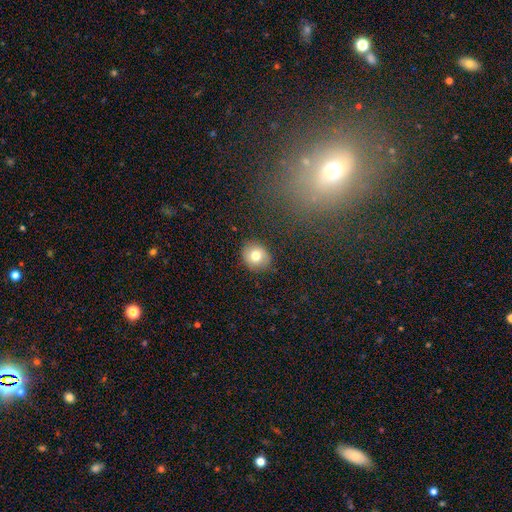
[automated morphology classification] Q: Smooth or featured?
A: smooth (76%); runner-up: featured or disk (14%)
Q: How rounded?
A: round (71%); runner-up: in between (29%)
Q: Merging?
A: none (87%); runner-up: minor disturbance (9%)